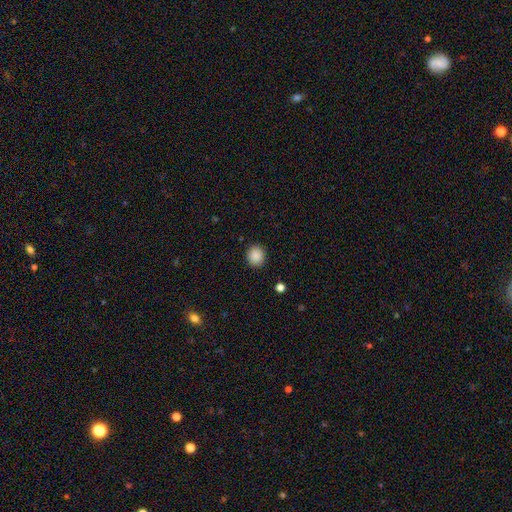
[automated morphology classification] Smooth or featured: smooth — 89% (star or artifact — 8%)
How rounded: round — 82% (in between — 17%)
Merging: none — 91% (minor disturbance — 6%)